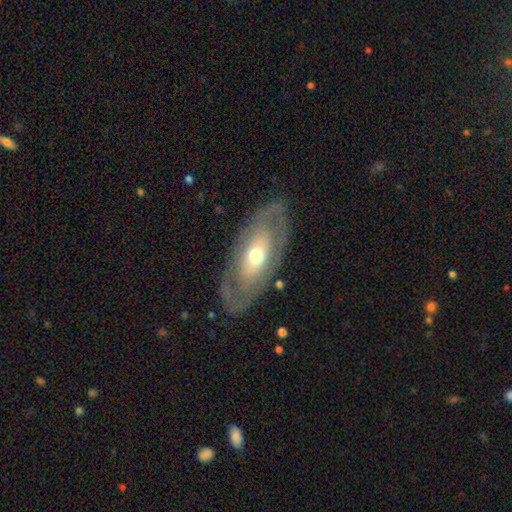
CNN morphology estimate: A featured or disk galaxy (64%) with no bar (80%), no spiral arms (67%) and a moderate central bulge (67%). Merging: none (81%).